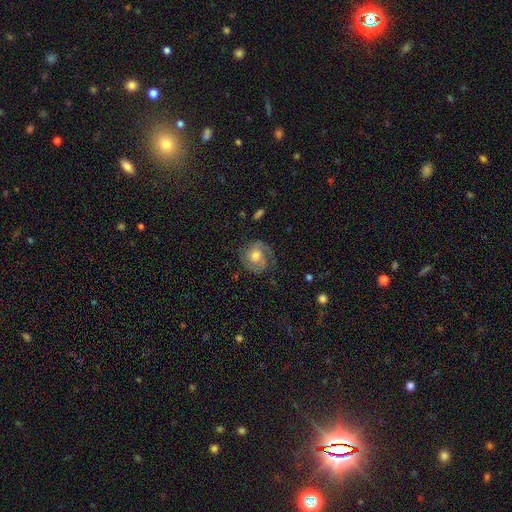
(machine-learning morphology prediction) Overall: featured or disk (77%). Edge-on disk: no (98%). Bar: no (66%; weak 29%). Spiral arms: yes (94%). Spiral arm count: 2 (76%). Spiral winding: tight (49%; medium 40%). Bulge size: moderate (69%). Merging: none (74%).